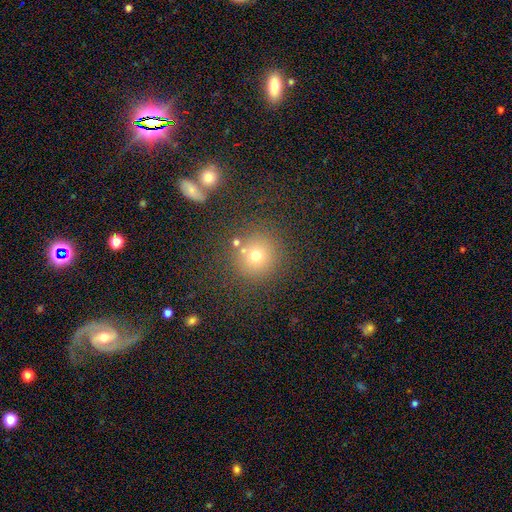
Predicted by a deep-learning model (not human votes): A smooth galaxy with no disk features (70%) that is round (93%). Merging: none (78%).